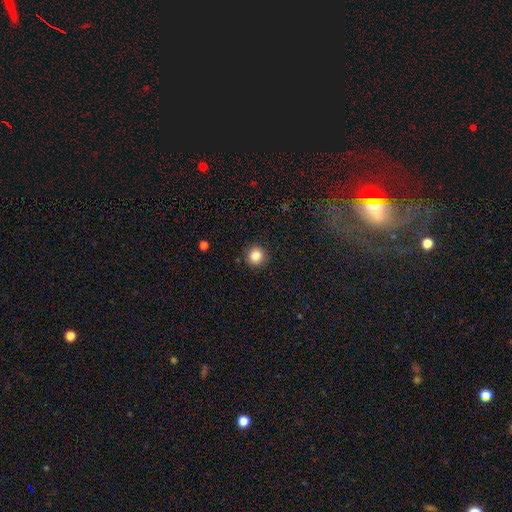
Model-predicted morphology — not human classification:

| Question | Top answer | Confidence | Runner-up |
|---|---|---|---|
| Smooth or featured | smooth | 84% | star or artifact (11%) |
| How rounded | round | 94% | in between (5%) |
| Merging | none | 92% | minor disturbance (6%) |